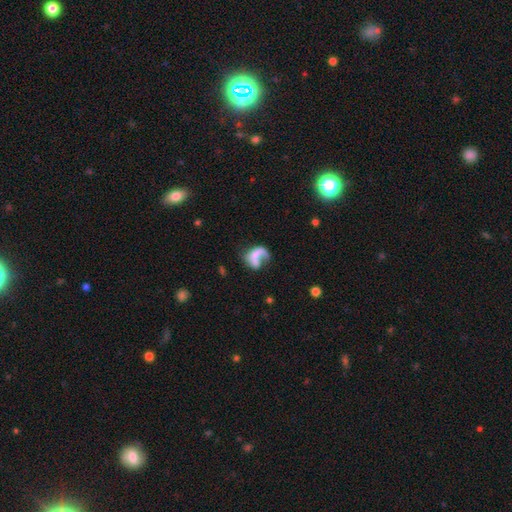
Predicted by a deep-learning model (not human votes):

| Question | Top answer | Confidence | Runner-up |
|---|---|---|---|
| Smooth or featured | featured or disk | 48% | smooth (42%) |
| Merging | major disturbance | 39% | none (24%) |